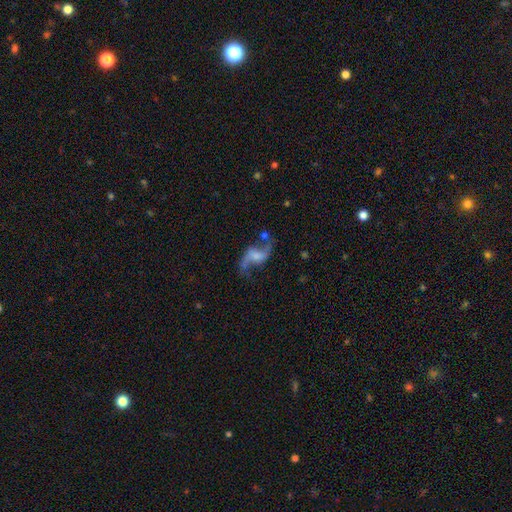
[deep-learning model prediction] featured or disk 85%, smooth 8%, star or artifact 7%. Down the decision tree: edge-on disk — no (97%); bar — no (42%); spiral arms — yes (95%); spiral arm count — 2 (93%); spiral winding — loose (87%); bulge size — small (35%); merging — none (68%).